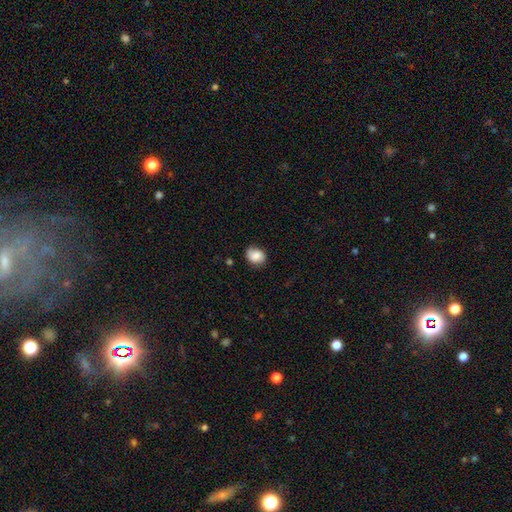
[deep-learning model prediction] A smooth galaxy with no disk features (79%) that is in between round and cigar-shaped (51%). Merging: none (68%).